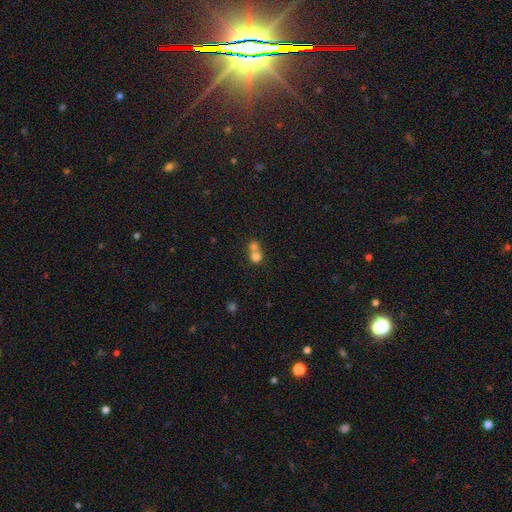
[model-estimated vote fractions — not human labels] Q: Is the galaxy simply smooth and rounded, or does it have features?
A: smooth — 75%.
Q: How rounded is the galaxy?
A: round — 79%.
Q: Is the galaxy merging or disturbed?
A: merger — 66%.